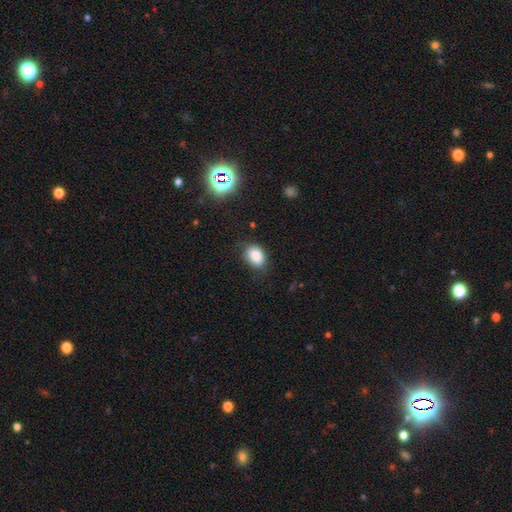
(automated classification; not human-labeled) A smooth galaxy with no disk features (85%) that is in between round and cigar-shaped (75%).

Vote fractions:
- Smooth or featured? smooth: 85% / star or artifact: 10% / featured or disk: 5%
- How rounded? in between: 75% / round: 24% / cigar-shaped: 1%
- Merging? none: 71% / minor disturbance: 22% / major disturbance: 6% / merger: 2%